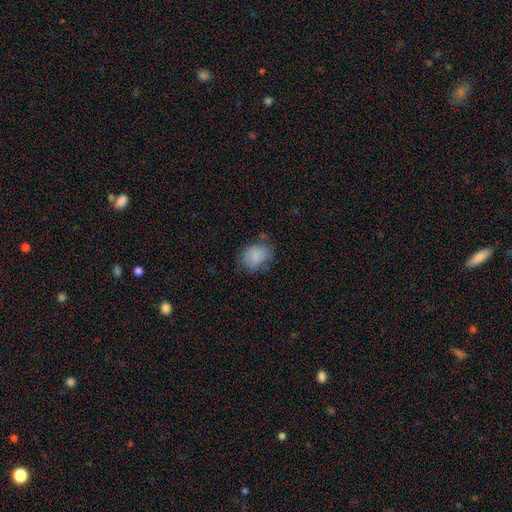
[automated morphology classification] type=smooth (83%); roundness=in between (55%); merging=none (65%).